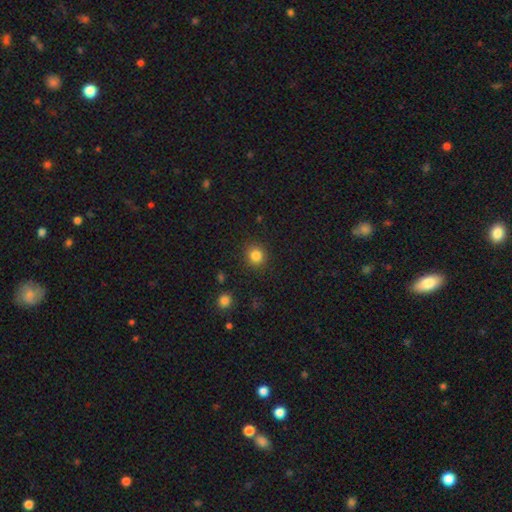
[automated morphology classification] smooth 85%, star or artifact 11%, featured or disk 4%. Down the decision tree: how rounded — round (87%); merging — none (89%).